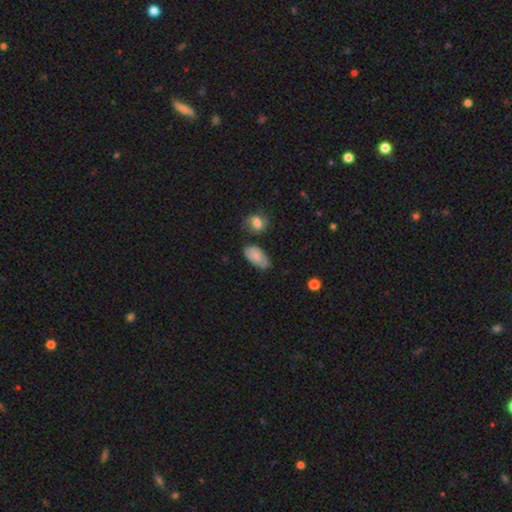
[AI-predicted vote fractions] smooth 70%, featured or disk 22%, star or artifact 8%. Down the decision tree: how rounded — in between (92%); merging — none (63%).